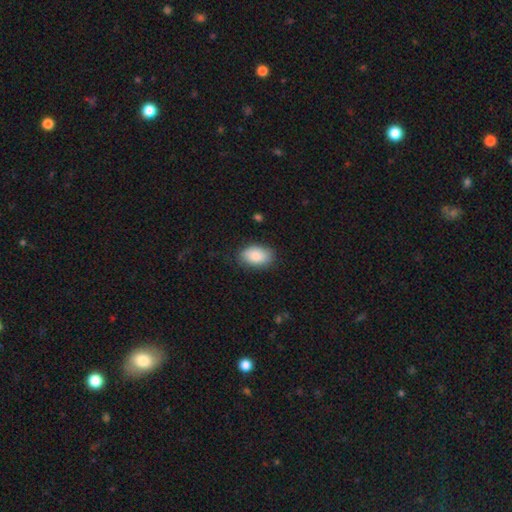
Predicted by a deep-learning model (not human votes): A smooth galaxy with no disk features (86%) that is in between round and cigar-shaped (91%).

Vote fractions:
- Smooth or featured? smooth: 86% / featured or disk: 7% / star or artifact: 6%
- How rounded? in between: 91% / round: 8% / cigar-shaped: 1%
- Merging? none: 82% / minor disturbance: 14% / major disturbance: 3% / merger: 1%